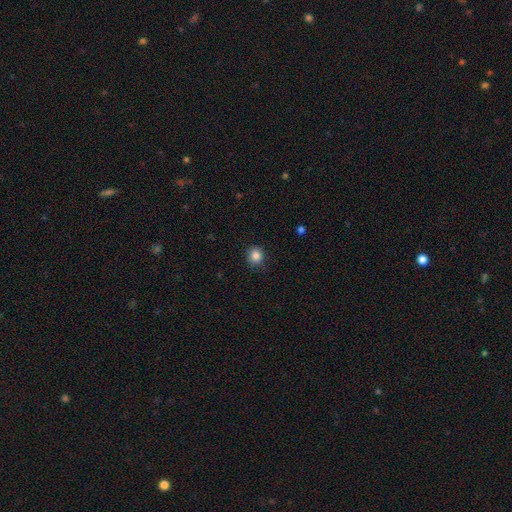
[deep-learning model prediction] Smooth or featured? smooth (85%)
How rounded? round (88%)
Merging? none (86%)